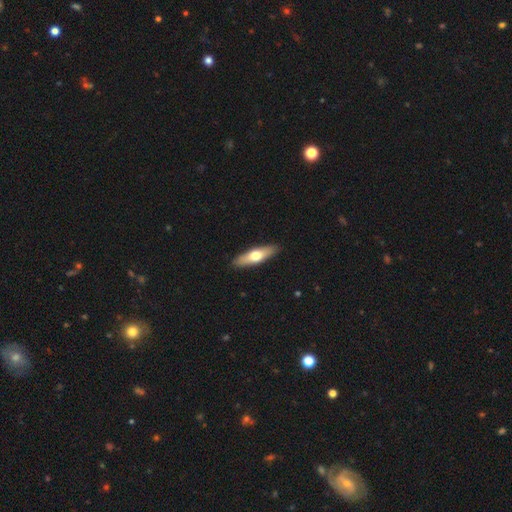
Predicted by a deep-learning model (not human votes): Smooth or featured? Predicted: smooth (p=0.57). How rounded? Predicted: cigar-shaped (p=0.62). Merging? Predicted: none (p=0.90).